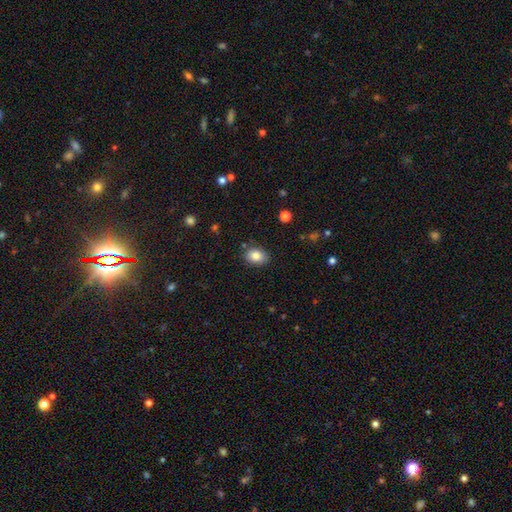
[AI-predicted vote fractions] smooth_or_featured: smooth (p=0.84) [alt: star or artifact p=0.09]
how_rounded: in between (p=0.70) [alt: round p=0.29]
merging: none (p=0.84) [alt: minor disturbance p=0.11]